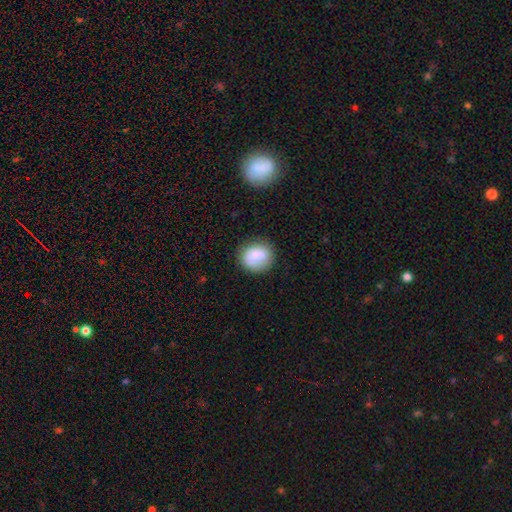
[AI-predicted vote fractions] Overall: smooth (82%). How rounded: round (76%). Merging: none (72%).